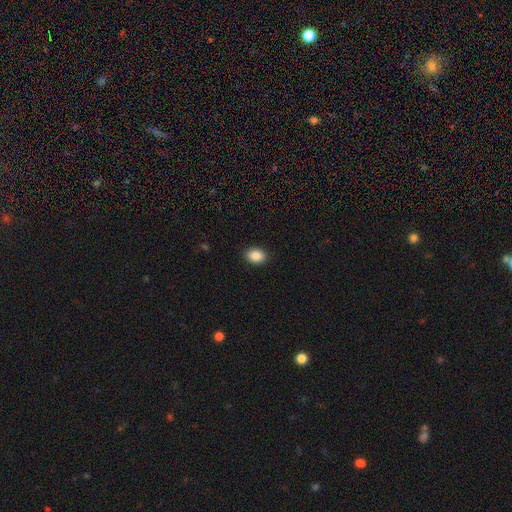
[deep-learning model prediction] Morphology: type=smooth (88%); roundness=in between (70%); merging=none (90%).